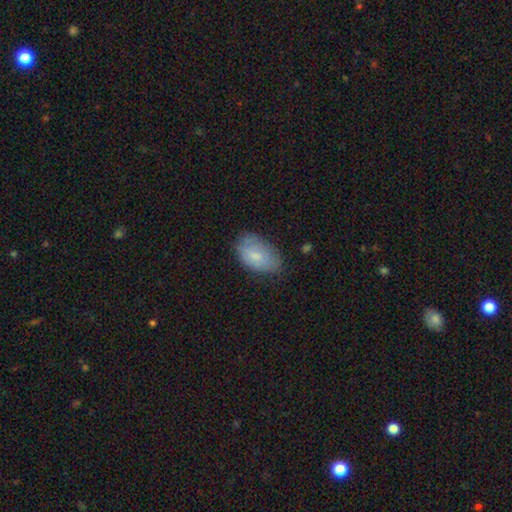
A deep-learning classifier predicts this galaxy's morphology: type=smooth (76%); roundness=in between (92%); merging=none (62%).